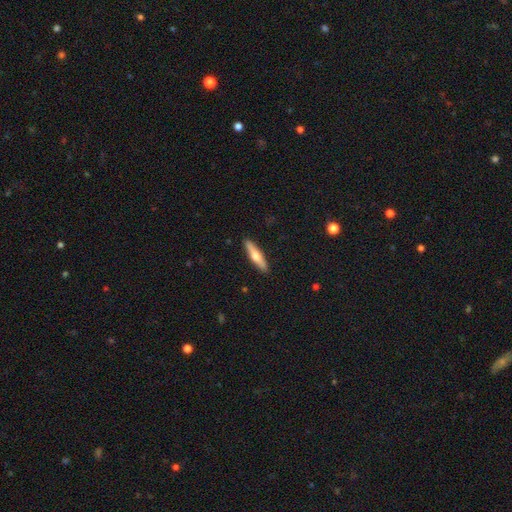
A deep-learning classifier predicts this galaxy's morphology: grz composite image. It shows a smooth galaxy with no disk features (50%) that is cigar-shaped (80%). Merging: none (91%).